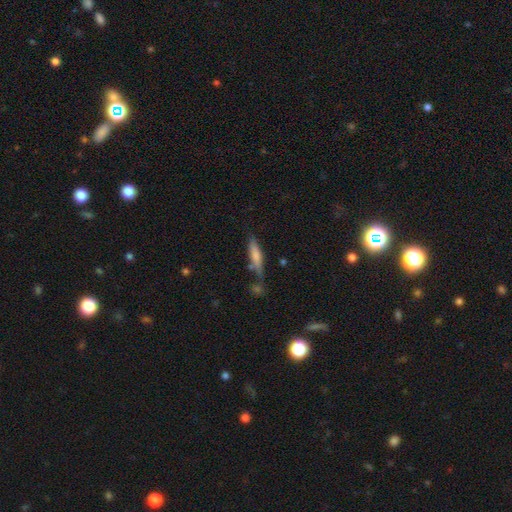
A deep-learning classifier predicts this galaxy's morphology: A smooth galaxy with no disk features (67%) that is cigar-shaped (80%). Merging: none (63%).